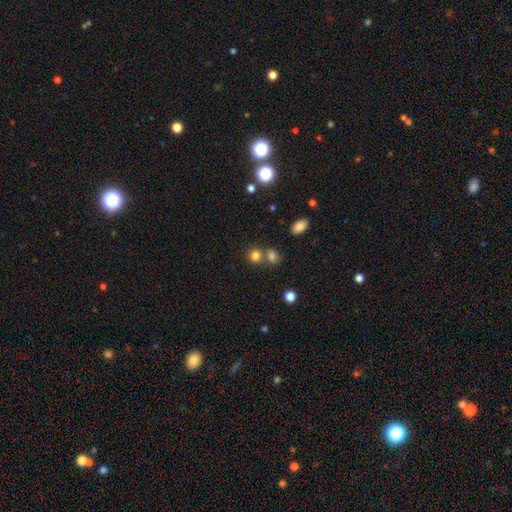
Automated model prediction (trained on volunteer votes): The model was most divided on "merging": none: 59%, merger: 30%, minor disturbance: 8%, major disturbance: 3%. More confident: how rounded — round (80%); smooth or featured — smooth (80%).